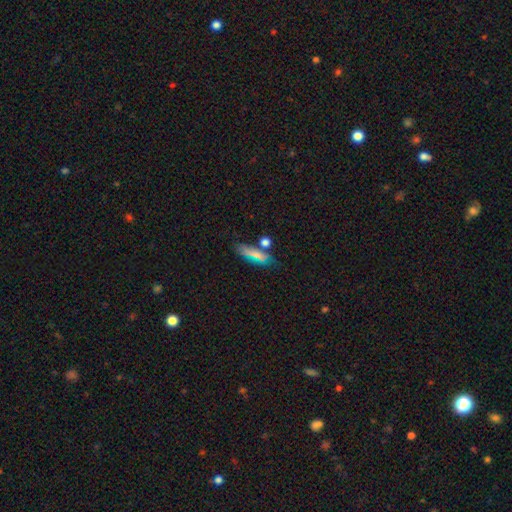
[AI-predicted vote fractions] Smooth or featured: smooth — 66% (featured or disk — 21%)
How rounded: cigar-shaped — 49% (in between — 44%)
Merging: none — 63% (minor disturbance — 18%)